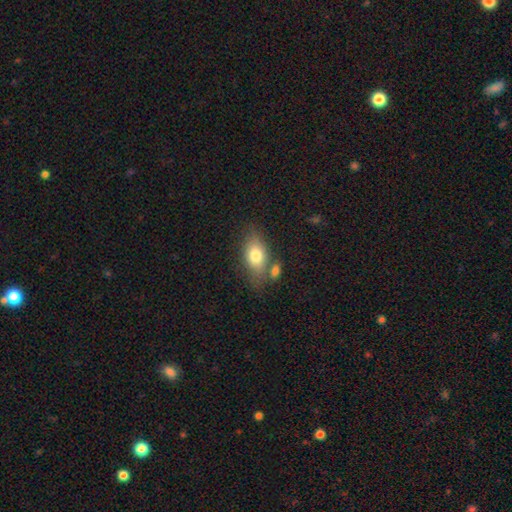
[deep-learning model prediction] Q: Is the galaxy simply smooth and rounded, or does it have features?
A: smooth — 76%.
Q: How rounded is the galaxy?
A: in between — 85%.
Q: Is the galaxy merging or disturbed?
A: none — 59%.